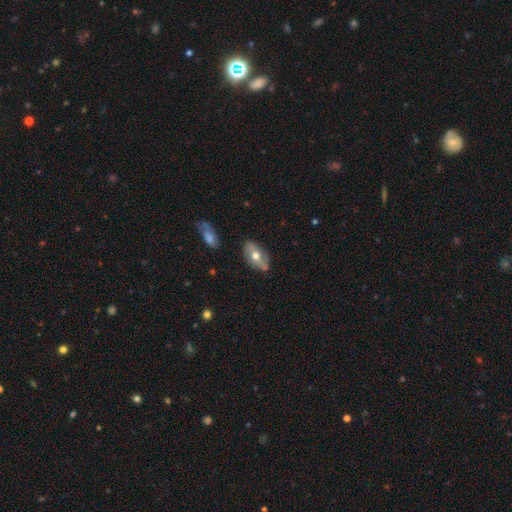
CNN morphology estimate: Smooth or featured? Predicted: smooth (p=0.48). Merging? Predicted: none (p=0.76).